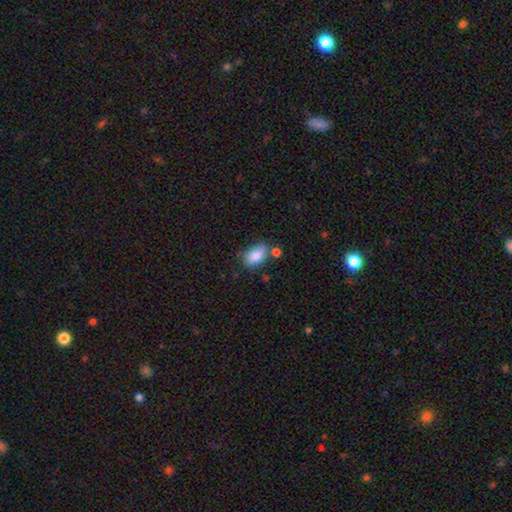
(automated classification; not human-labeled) smooth-or-featured: smooth: 83% | featured or disk: 9% | star or artifact: 8%
  how-rounded: in between: 88% | round: 10% | cigar-shaped: 2%
  merging: none: 58% | minor disturbance: 22% | merger: 14% | major disturbance: 6%